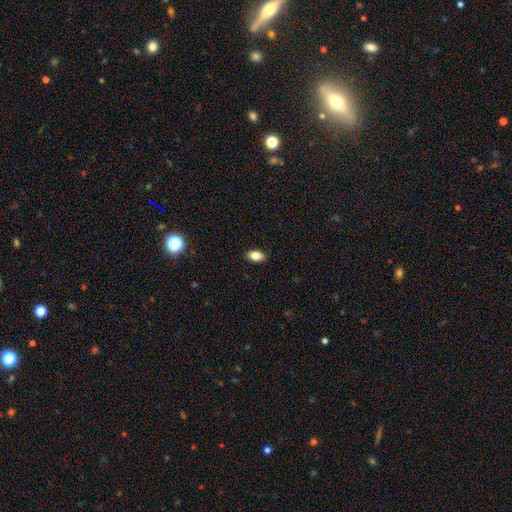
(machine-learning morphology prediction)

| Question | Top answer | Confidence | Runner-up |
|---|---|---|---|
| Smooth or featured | smooth | 82% | featured or disk (9%) |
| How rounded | in between | 89% | round (7%) |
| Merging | none | 90% | minor disturbance (8%) |